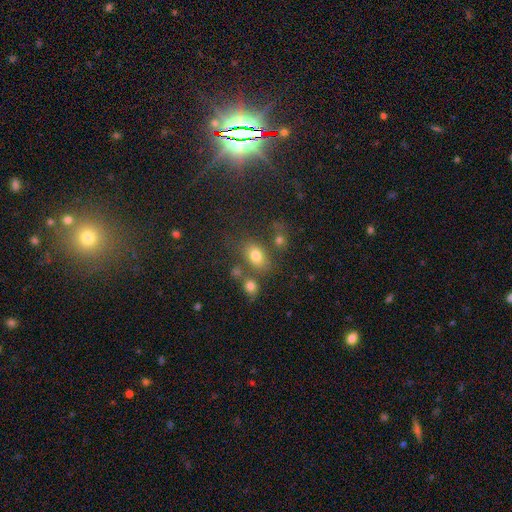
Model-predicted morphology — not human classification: This appears to be a smooth galaxy with no disk features (75%) that is in between round and cigar-shaped (77%). Merging: none (62%).